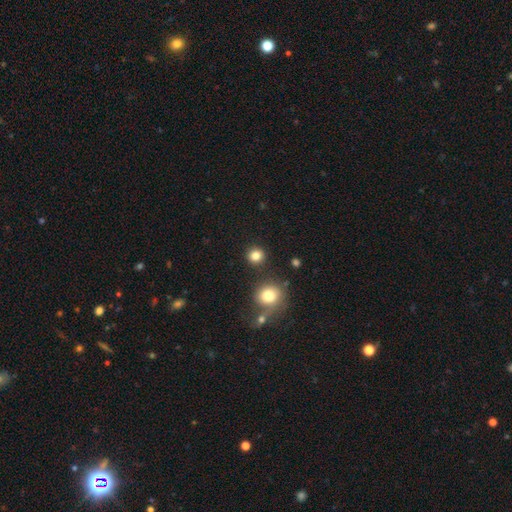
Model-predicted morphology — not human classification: smooth_or_featured: smooth (p=0.84) [alt: star or artifact p=0.12]
how_rounded: round (p=0.91) [alt: in between p=0.08]
merging: none (p=0.87) [alt: minor disturbance p=0.06]